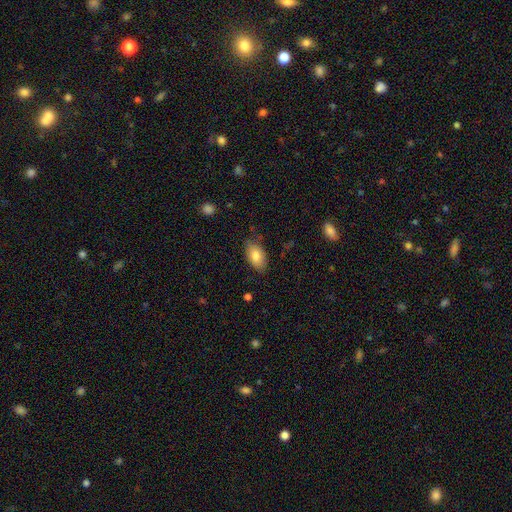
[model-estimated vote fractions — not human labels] This appears to be a smooth galaxy with no disk features (81%) that is in between round and cigar-shaped (93%). Merging: none (80%).